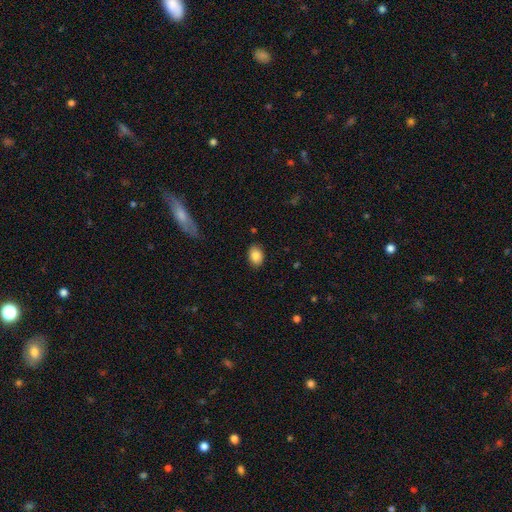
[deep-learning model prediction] Q: Smooth or featured?
A: smooth (85%); runner-up: star or artifact (8%)
Q: How rounded?
A: in between (77%); runner-up: round (22%)
Q: Merging?
A: none (87%); runner-up: minor disturbance (9%)